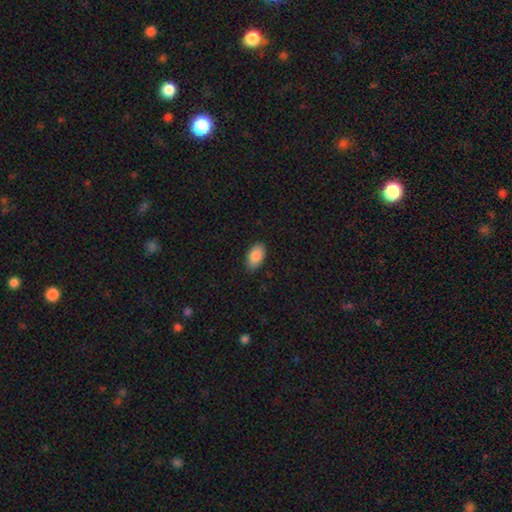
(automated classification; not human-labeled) Morphology: type=smooth (87%); roundness=in between (94%); merging=none (85%).